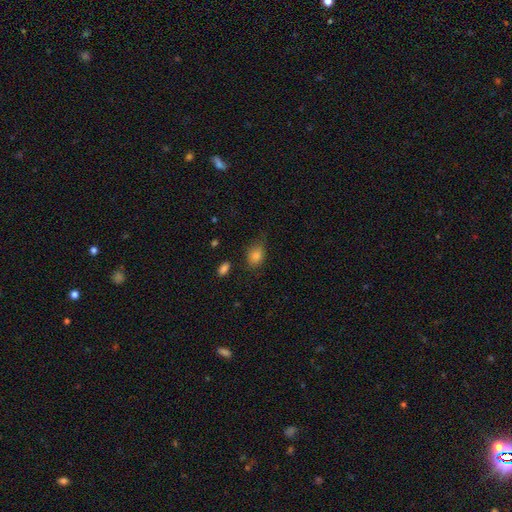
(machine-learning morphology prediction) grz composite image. It shows a smooth galaxy with no disk features (82%) that is in between round and cigar-shaped (63%). Merging: none (59%).